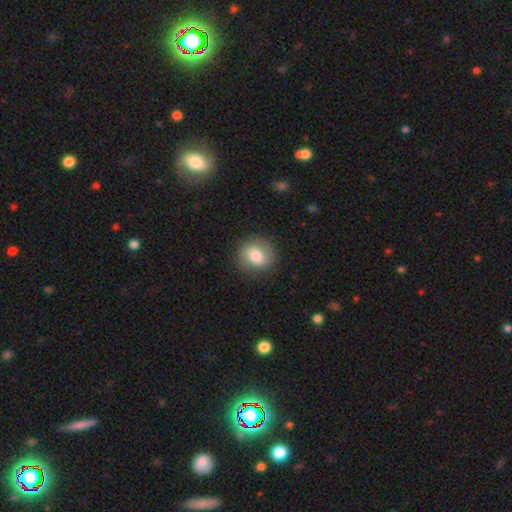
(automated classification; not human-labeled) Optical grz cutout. It shows a smooth galaxy with no disk features (74%) that is round (81%). Merging: none (85%).